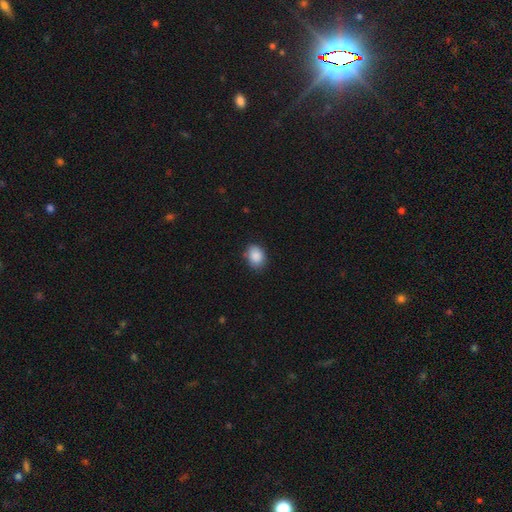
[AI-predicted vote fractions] A smooth galaxy with no disk features (88%) that is in between round and cigar-shaped (68%).

Vote fractions:
- Smooth or featured? smooth: 88% / star or artifact: 8% / featured or disk: 4%
- How rounded? in between: 68% / round: 31% / cigar-shaped: 1%
- Merging? none: 78% / minor disturbance: 18% / major disturbance: 3% / merger: 1%